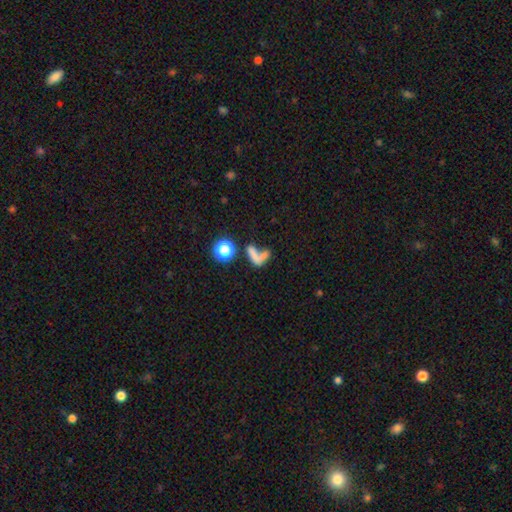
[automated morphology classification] A smooth galaxy with no disk features (59%) that is in between round and cigar-shaped (47%).

Vote fractions:
- Smooth or featured? smooth: 59% / featured or disk: 21% / star or artifact: 20%
- How rounded? in between: 47% / cigar-shaped: 28% / round: 24%
- Merging? merger: 45% / none: 29% / major disturbance: 16% / minor disturbance: 10%